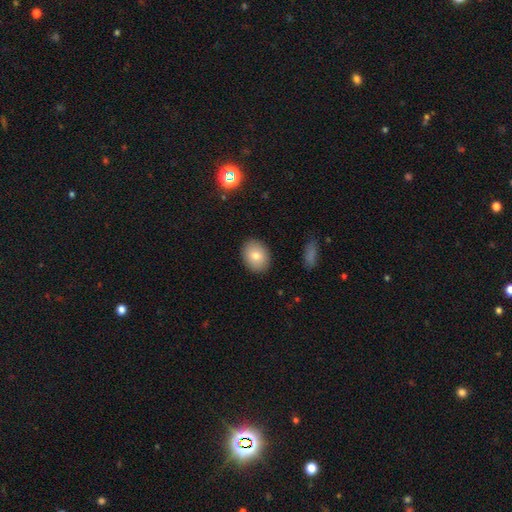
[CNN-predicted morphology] Smooth or featured?
  - smooth: 79% *
  - featured or disk: 13%
  - star or artifact: 8%
How rounded?
  - in between: 63% *
  - round: 36%
  - cigar-shaped: 1%
Merging?
  - none: 89% *
  - minor disturbance: 8%
  - major disturbance: 2%
  - merger: 1%